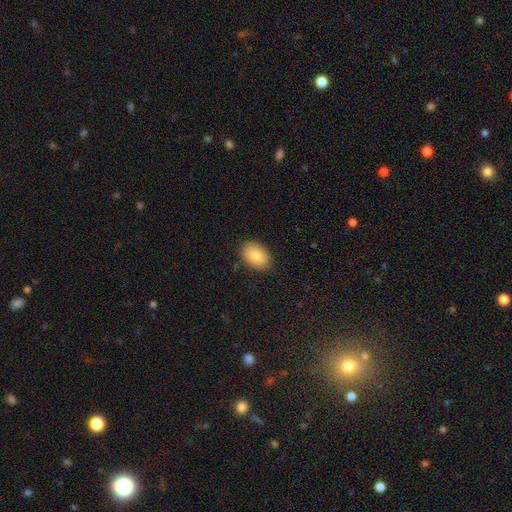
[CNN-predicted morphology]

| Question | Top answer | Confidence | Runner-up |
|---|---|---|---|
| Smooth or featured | smooth | 83% | featured or disk (10%) |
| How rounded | in between | 83% | round (16%) |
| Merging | none | 87% | minor disturbance (10%) |